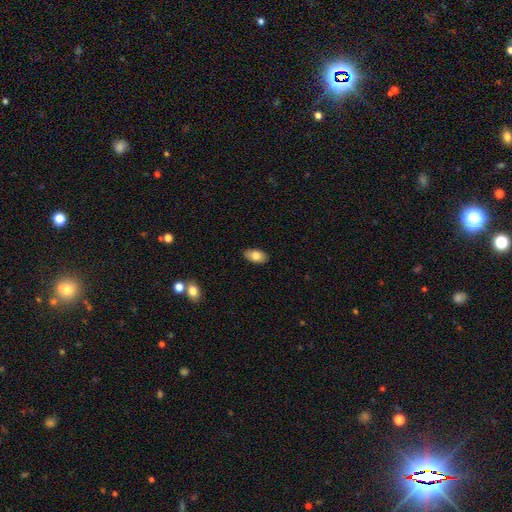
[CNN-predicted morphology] The model was most divided on "smooth or featured": smooth: 82%, featured or disk: 11%, star or artifact: 7%. More confident: how rounded — in between (93%); merging — none (88%).